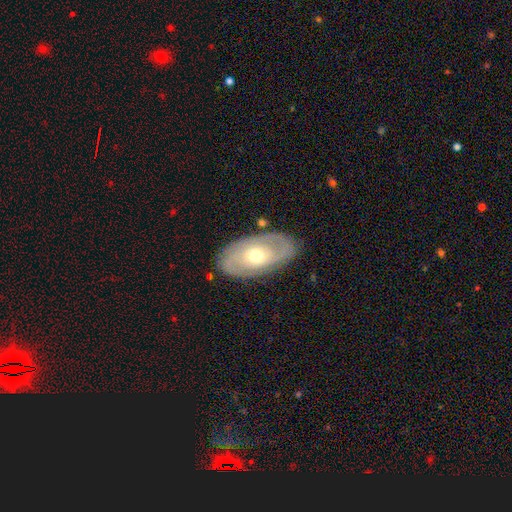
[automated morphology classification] Q: Smooth or featured?
A: featured or disk (73%); runner-up: smooth (22%)
Q: Edge-on disk?
A: no (92%); runner-up: yes (8%)
Q: Bar?
A: no (68%); runner-up: weak (25%)
Q: Spiral arms?
A: yes (80%); runner-up: no (20%)
Q: Spiral winding?
A: tight (55%); runner-up: medium (33%)
Q: Spiral arm count?
A: 2 (59%); runner-up: can't tell (26%)
Q: Bulge size?
A: moderate (62%); runner-up: small (32%)
Q: Merging?
A: none (82%); runner-up: minor disturbance (13%)